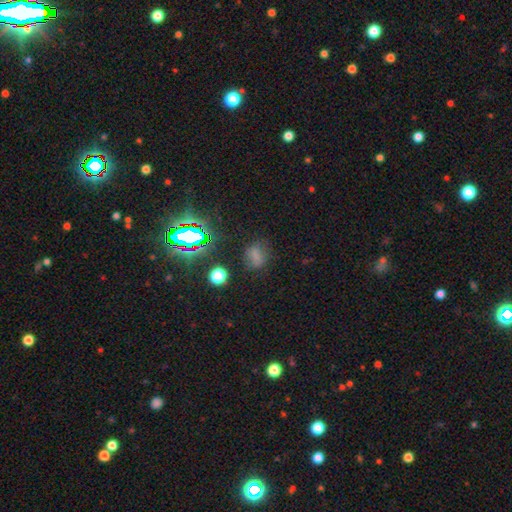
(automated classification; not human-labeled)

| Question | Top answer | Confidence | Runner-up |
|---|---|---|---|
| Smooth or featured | smooth | 60% | star or artifact (26%) |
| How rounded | in between | 51% | round (47%) |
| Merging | none | 69% | minor disturbance (19%) |